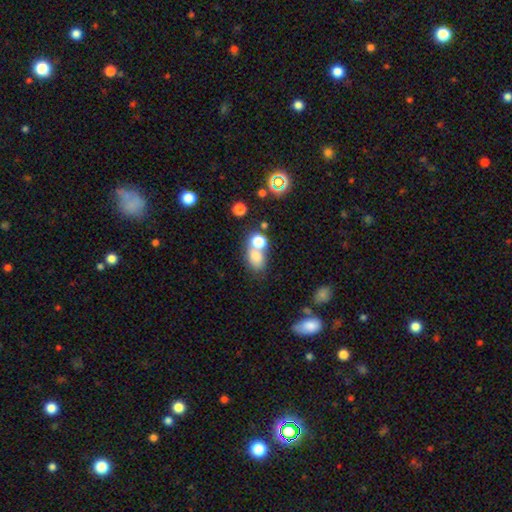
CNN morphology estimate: This appears to be a smooth galaxy with no disk features (74%) that is in between round and cigar-shaped (63%). Merging: merger (48%).